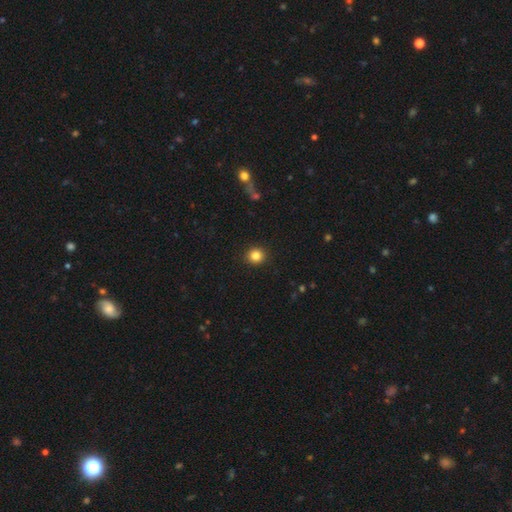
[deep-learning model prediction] smooth 84%, star or artifact 11%, featured or disk 5%. Down the decision tree: how rounded — round (91%); merging — none (92%).